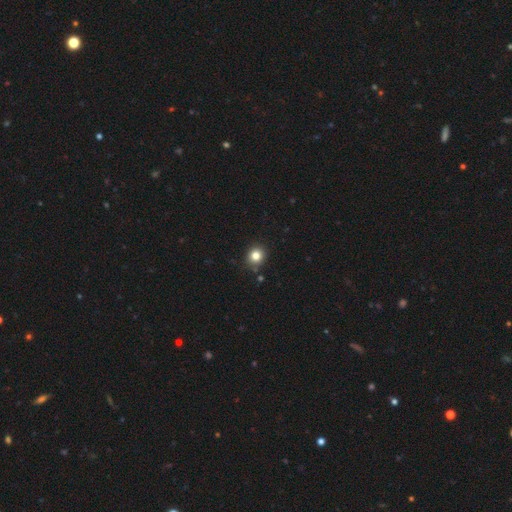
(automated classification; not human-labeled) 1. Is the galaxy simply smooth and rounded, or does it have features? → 82% smooth, 12% star or artifact, 6% featured or disk.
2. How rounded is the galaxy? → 82% round, 17% in between, 1% cigar-shaped.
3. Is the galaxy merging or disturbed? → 86% none, 8% minor disturbance, 3% merger, 2% major disturbance.